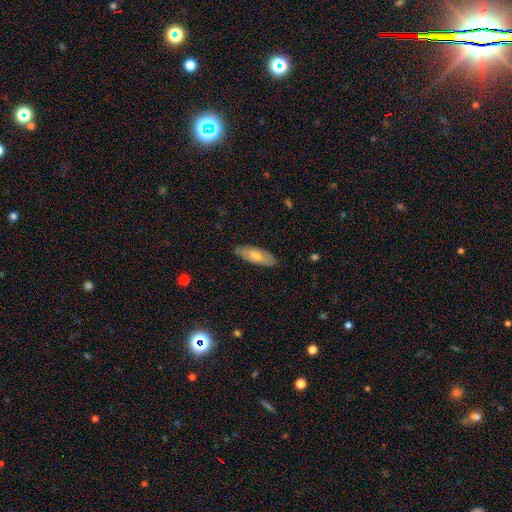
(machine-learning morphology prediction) Smooth or featured? Predicted: smooth (p=0.60). How rounded? Predicted: in between (p=0.72). Merging? Predicted: none (p=0.86).